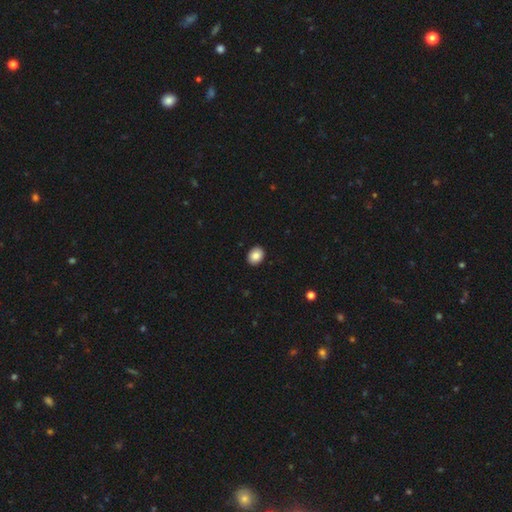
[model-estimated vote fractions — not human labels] The model was most divided on "how rounded": in between: 53%, round: 46%, cigar-shaped: 1%. More confident: merging — none (92%); smooth or featured — smooth (87%).